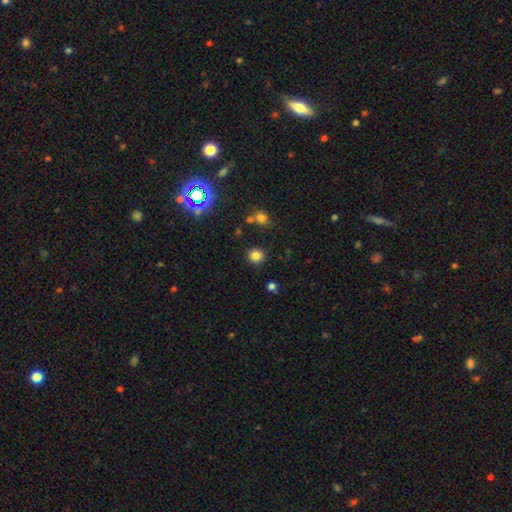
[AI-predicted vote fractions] Smooth or featured?
  - smooth: 81% *
  - star or artifact: 14%
  - featured or disk: 5%
How rounded?
  - round: 83% *
  - in between: 16%
  - cigar-shaped: 1%
Merging?
  - none: 86% *
  - minor disturbance: 8%
  - merger: 3%
  - major disturbance: 3%